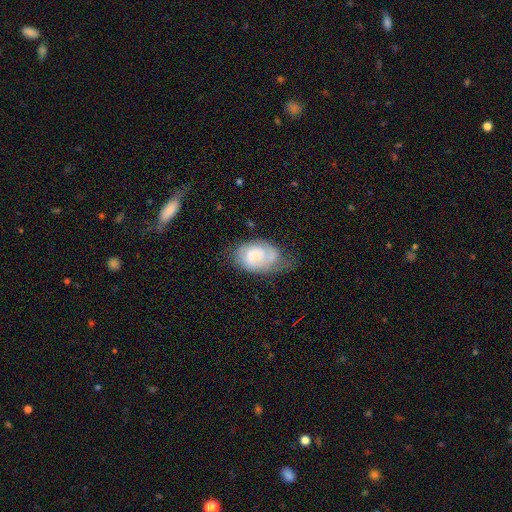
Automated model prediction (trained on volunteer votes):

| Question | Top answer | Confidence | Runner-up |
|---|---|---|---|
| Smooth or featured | featured or disk | 53% | smooth (39%) |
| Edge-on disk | no | 96% | yes (4%) |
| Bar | no | 71% | weak (25%) |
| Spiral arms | yes | 77% | no (23%) |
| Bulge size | small | 54% | moderate (31%) |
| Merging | none | 41% | minor disturbance (34%) |